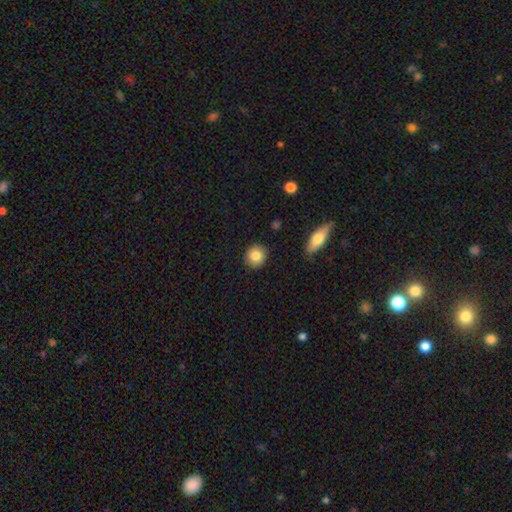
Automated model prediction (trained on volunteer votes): A smooth galaxy with no disk features (85%) that is round (88%). Merging: none (90%).